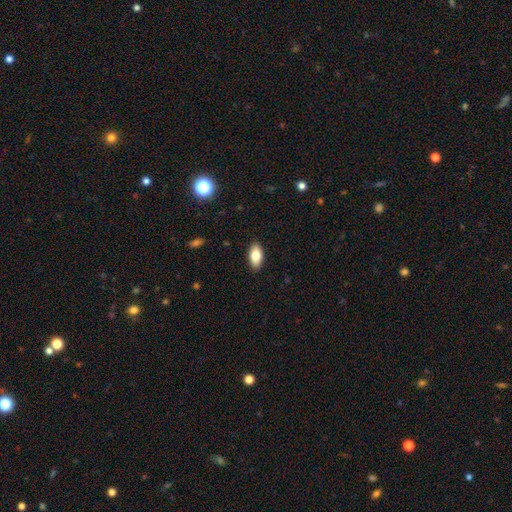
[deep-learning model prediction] smooth_or_featured: smooth (p=0.81) [alt: featured or disk p=0.12]
how_rounded: in between (p=0.91) [alt: cigar-shaped p=0.06]
merging: none (p=0.89) [alt: minor disturbance p=0.08]